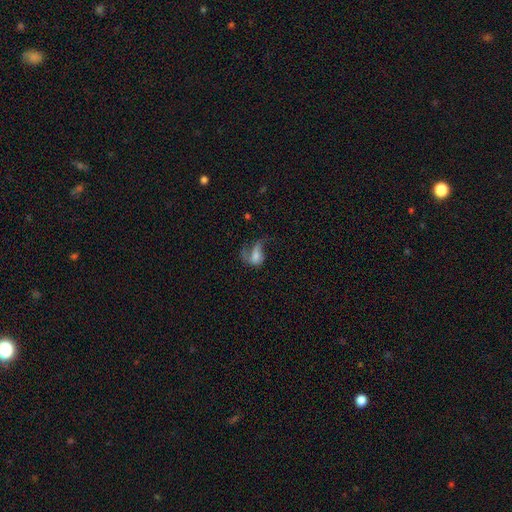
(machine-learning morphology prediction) Smooth or featured: featured or disk — 52% (smooth — 38%)
Edge-on disk: no — 96% (yes — 4%)
Merging: major disturbance — 51% (none — 26%)